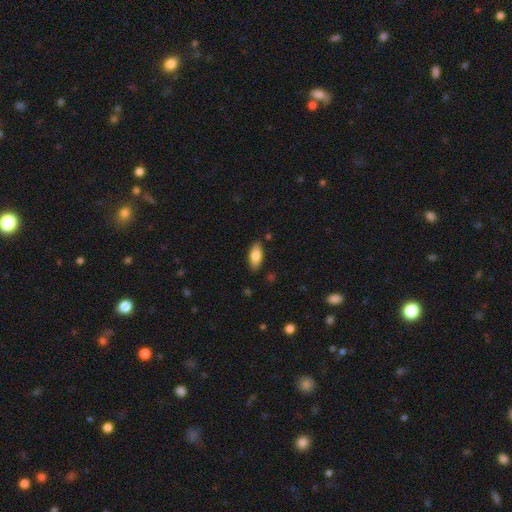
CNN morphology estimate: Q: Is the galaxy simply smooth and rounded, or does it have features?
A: smooth — 81%.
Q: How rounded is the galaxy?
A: in between — 85%.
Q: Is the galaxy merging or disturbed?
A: none — 86%.